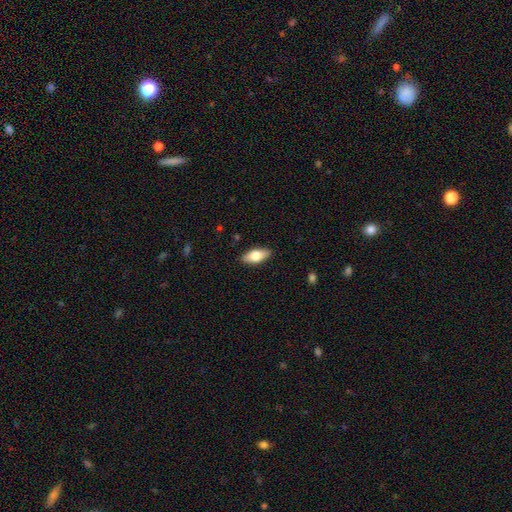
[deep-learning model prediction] Smooth or featured: smooth — 74% (featured or disk — 20%)
How rounded: in between — 86% (cigar-shaped — 11%)
Merging: none — 88% (minor disturbance — 9%)